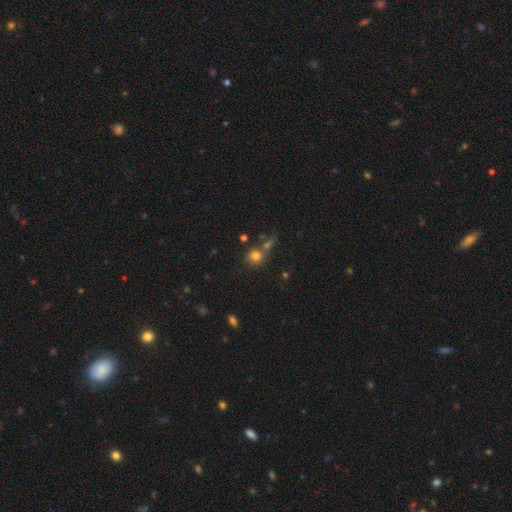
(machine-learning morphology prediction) smooth 77%, star or artifact 14%, featured or disk 9%. Down the decision tree: how rounded — round (84%); merging — none (55%).